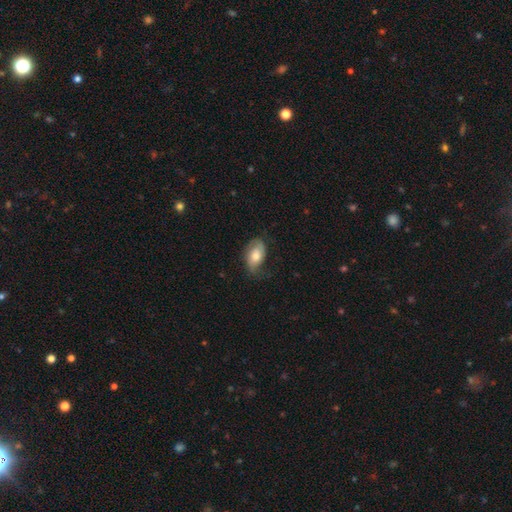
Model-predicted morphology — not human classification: Smooth or featured? Predicted: smooth (p=0.52). How rounded? Predicted: in between (p=0.89). Merging? Predicted: none (p=0.57).